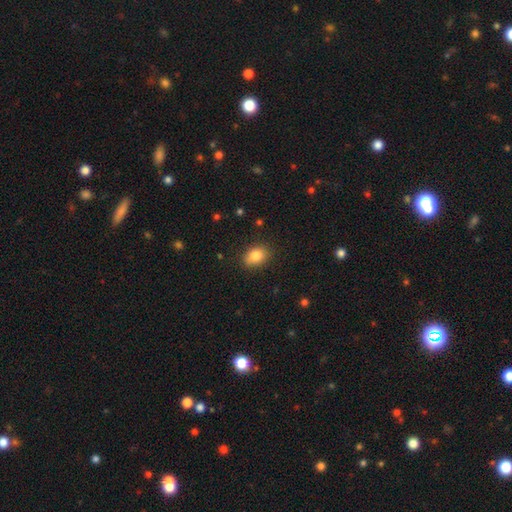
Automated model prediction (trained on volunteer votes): The model was most divided on "how rounded": in between: 67%, round: 32%, cigar-shaped: 1%. More confident: smooth or featured — smooth (83%); merging — none (80%).